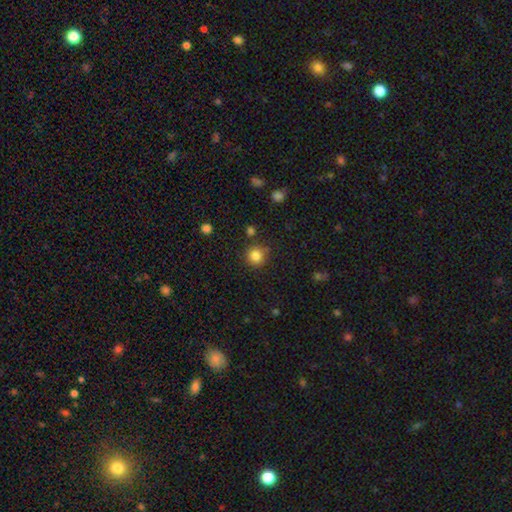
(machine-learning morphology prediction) Overall: smooth (84%). How rounded: round (93%). Merging: none (82%).